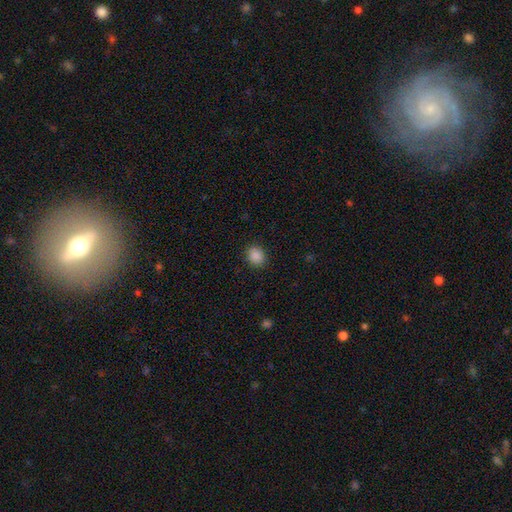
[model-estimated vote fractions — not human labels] This appears to be a smooth galaxy with no disk features (88%) that is round (60%). Merging: none (88%).